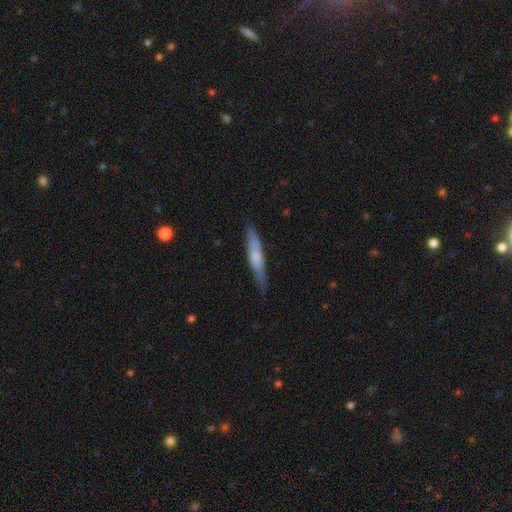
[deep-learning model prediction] This is possibly a smooth galaxy (54%). How rounded: clearly cigar-shaped (91%). Merging: clearly none (80%).